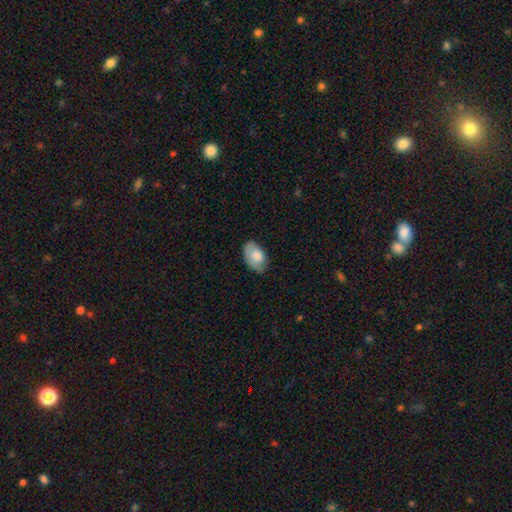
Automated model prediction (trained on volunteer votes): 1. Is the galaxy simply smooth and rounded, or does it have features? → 77% smooth, 17% featured or disk, 6% star or artifact.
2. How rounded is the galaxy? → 92% in between, 7% round, 1% cigar-shaped.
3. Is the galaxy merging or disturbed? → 62% none, 29% minor disturbance, 7% major disturbance, 1% merger.